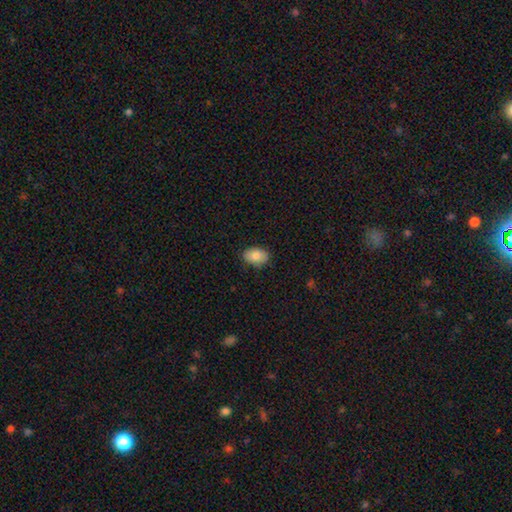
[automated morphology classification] smooth-or-featured: smooth: 83% | featured or disk: 10% | star or artifact: 7%
  how-rounded: in between: 85% | round: 14% | cigar-shaped: 1%
  merging: none: 83% | minor disturbance: 14% | major disturbance: 2% | merger: 1%